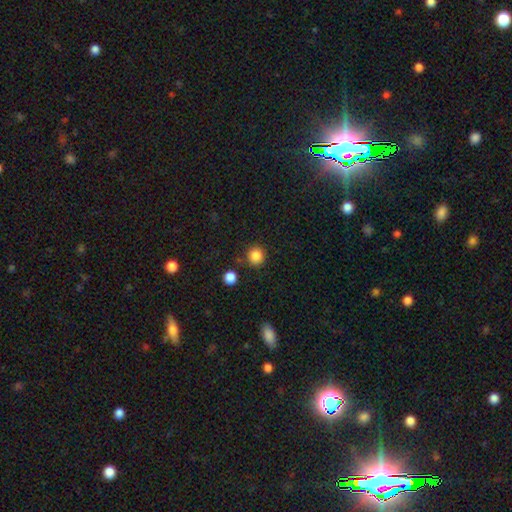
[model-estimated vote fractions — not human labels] smooth 86%, star or artifact 11%, featured or disk 3%. Down the decision tree: how rounded — round (92%); merging — none (86%).